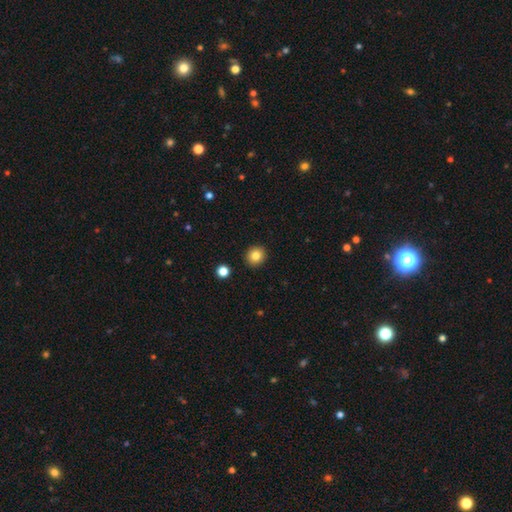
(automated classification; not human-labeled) Q: Smooth or featured?
A: smooth (83%); runner-up: star or artifact (10%)
Q: How rounded?
A: round (89%); runner-up: in between (10%)
Q: Merging?
A: none (92%); runner-up: minor disturbance (5%)